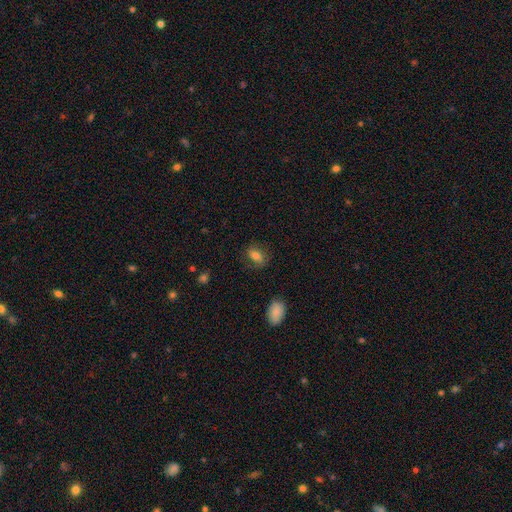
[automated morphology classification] Overall: smooth (68%). How rounded: in between (76%). Merging: none (71%).